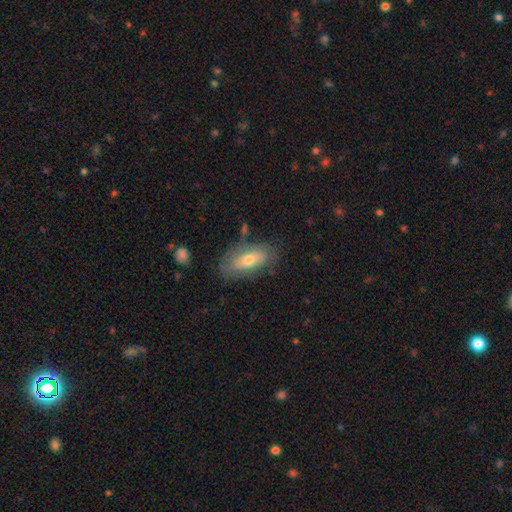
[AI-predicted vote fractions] This is possibly a smooth galaxy (56%). How rounded: clearly in between (84%). Merging: likely none (74%).